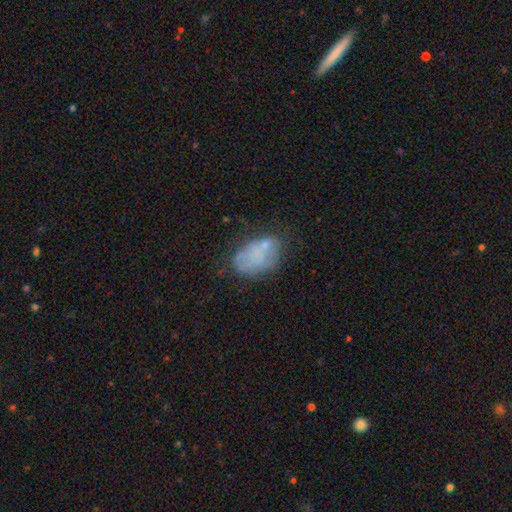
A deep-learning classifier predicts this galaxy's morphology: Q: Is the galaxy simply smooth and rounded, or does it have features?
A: smooth — 58%.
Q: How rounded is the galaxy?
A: in between — 83%.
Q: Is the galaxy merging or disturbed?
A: none — 43%.